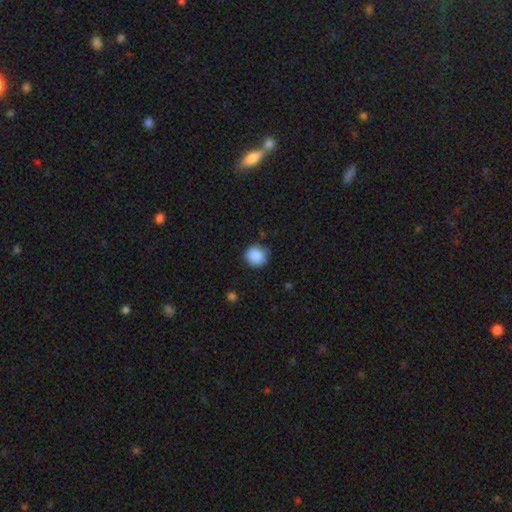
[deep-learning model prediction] Smooth or featured?
  - smooth: 88% *
  - star or artifact: 8%
  - featured or disk: 3%
How rounded?
  - round: 90% *
  - in between: 10%
  - cigar-shaped: 1%
Merging?
  - none: 85% *
  - minor disturbance: 11%
  - major disturbance: 3%
  - merger: 1%